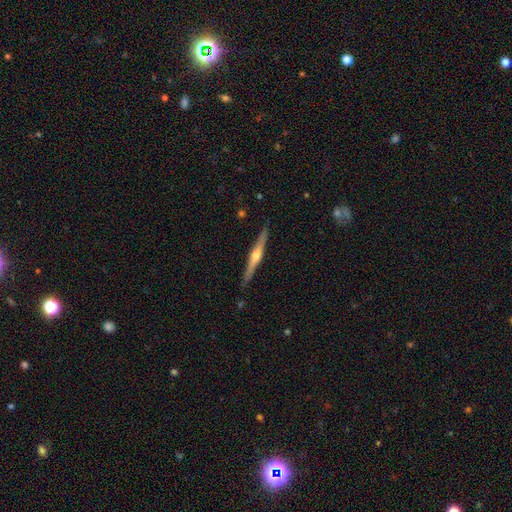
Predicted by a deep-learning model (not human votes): Morphology: type=featured or disk (73%); edge-on=yes (98%); edge-on bulge=rounded (90%); merging=none (89%).